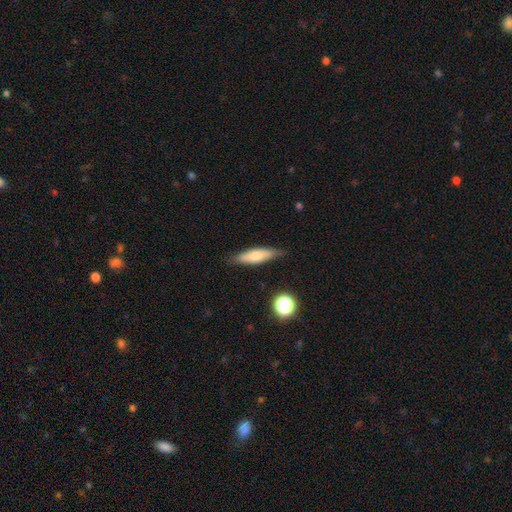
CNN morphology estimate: Q: Smooth or featured?
A: smooth (65%); runner-up: featured or disk (27%)
Q: How rounded?
A: cigar-shaped (62%); runner-up: in between (35%)
Q: Merging?
A: none (80%); runner-up: minor disturbance (15%)